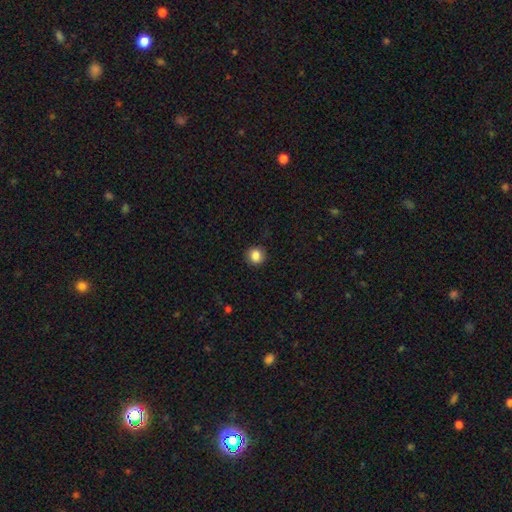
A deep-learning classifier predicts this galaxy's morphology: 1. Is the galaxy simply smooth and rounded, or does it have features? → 86% smooth, 10% star or artifact, 4% featured or disk.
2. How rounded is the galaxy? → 85% round, 14% in between, 1% cigar-shaped.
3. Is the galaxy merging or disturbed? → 87% none, 10% minor disturbance, 3% major disturbance, 1% merger.